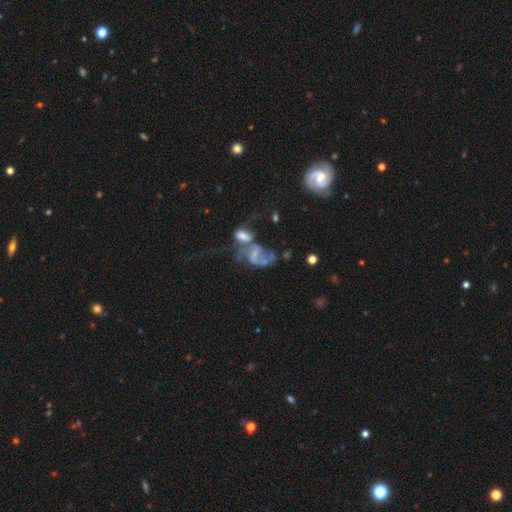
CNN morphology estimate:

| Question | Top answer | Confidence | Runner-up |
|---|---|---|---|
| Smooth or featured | featured or disk | 60% | smooth (26%) |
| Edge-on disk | no | 96% | yes (4%) |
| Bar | no | 55% | weak (28%) |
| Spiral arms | yes | 56% | no (44%) |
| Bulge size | none | 52% | small (23%) |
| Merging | merger | 56% | major disturbance (22%) |